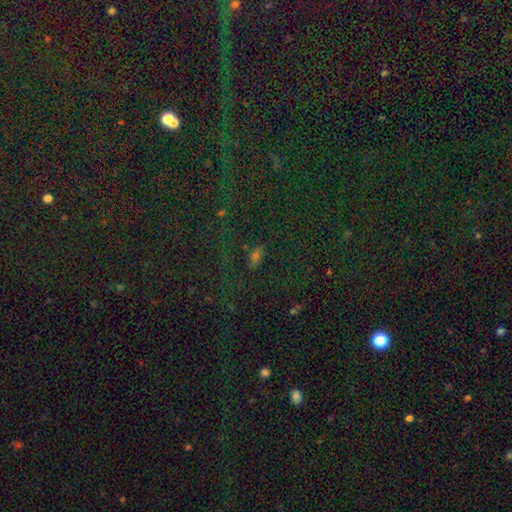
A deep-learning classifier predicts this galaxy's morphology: Smooth or featured: smooth — 50% (star or artifact — 39%)
How rounded: in between — 81% (cigar-shaped — 9%)
Merging: none — 70% (minor disturbance — 16%)